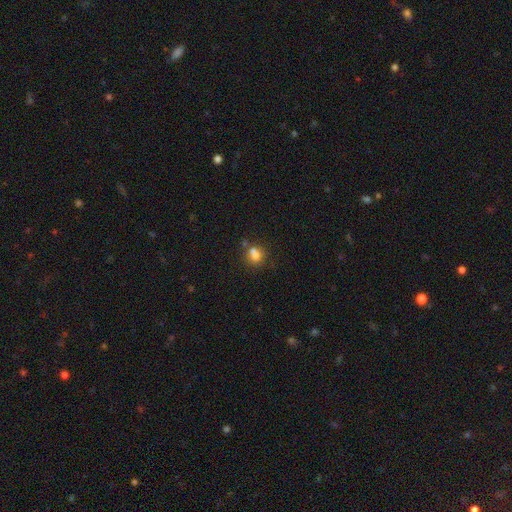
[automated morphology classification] This is likely a smooth galaxy (73%). How rounded: likely round (64%). Merging: possibly none (47%).